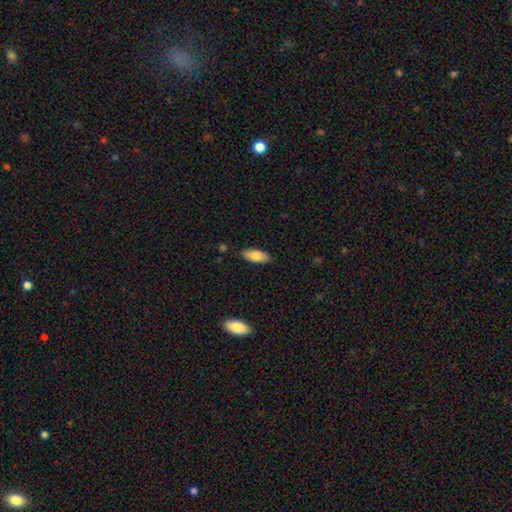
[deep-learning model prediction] Smooth or featured?
  - smooth: 80% *
  - featured or disk: 14%
  - star or artifact: 6%
How rounded?
  - in between: 83% *
  - cigar-shaped: 15%
  - round: 2%
Merging?
  - none: 85% *
  - minor disturbance: 11%
  - major disturbance: 2%
  - merger: 2%